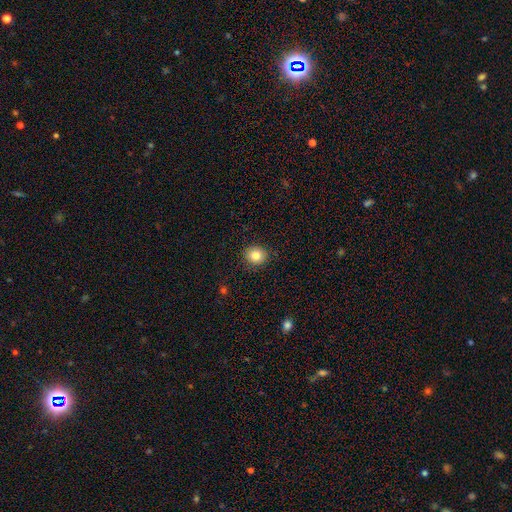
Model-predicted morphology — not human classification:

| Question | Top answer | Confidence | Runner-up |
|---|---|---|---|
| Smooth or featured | smooth | 83% | star or artifact (10%) |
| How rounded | round | 80% | in between (20%) |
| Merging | none | 90% | minor disturbance (7%) |